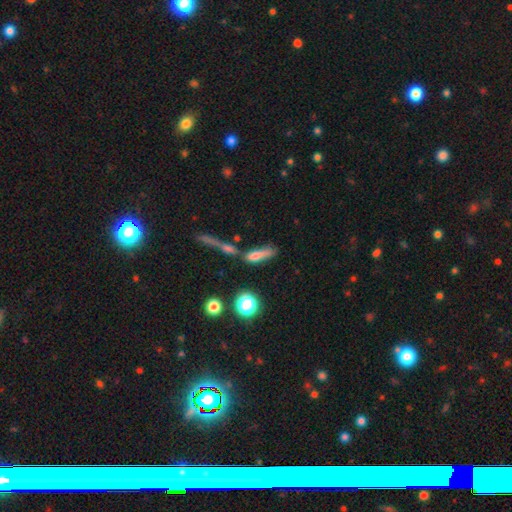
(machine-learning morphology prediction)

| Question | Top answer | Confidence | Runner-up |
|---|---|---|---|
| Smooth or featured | smooth | 63% | featured or disk (22%) |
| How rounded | cigar-shaped | 58% | in between (35%) |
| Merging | merger | 37% | none (33%) |